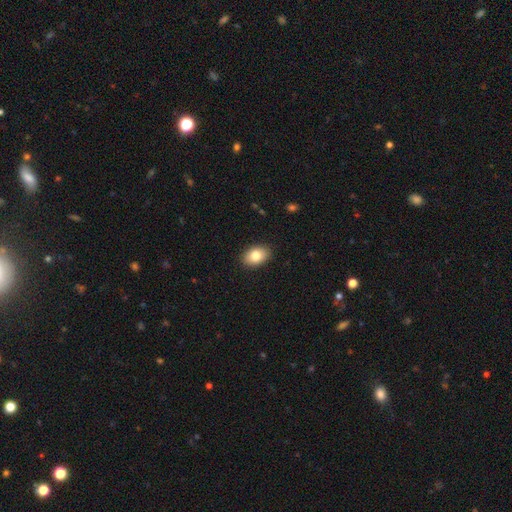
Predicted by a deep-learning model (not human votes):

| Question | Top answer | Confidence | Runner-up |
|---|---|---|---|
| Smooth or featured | smooth | 82% | featured or disk (10%) |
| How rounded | in between | 86% | round (13%) |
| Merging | none | 89% | minor disturbance (8%) |